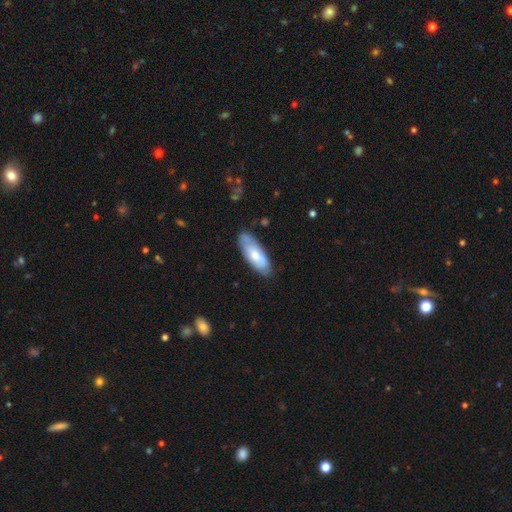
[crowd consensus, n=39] A smooth galaxy with no disk features (59%) that is in between round and cigar-shaped (70%).

Vote fractions:
- Smooth or featured? smooth: 59% / featured or disk: 41% / star or artifact: 0%
- How rounded? in between: 70% / cigar-shaped: 30% / round: 0%
- Merging? none: 67% / minor disturbance: 31% / major disturbance: 3% / merger: 0%